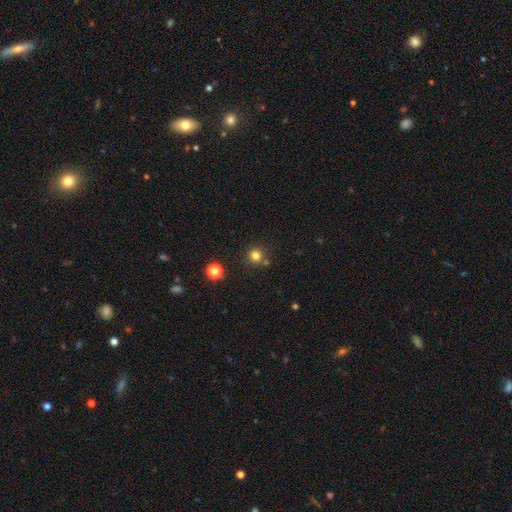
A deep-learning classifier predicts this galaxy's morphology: Overall: smooth (79%). How rounded: round (93%). Merging: none (79%).